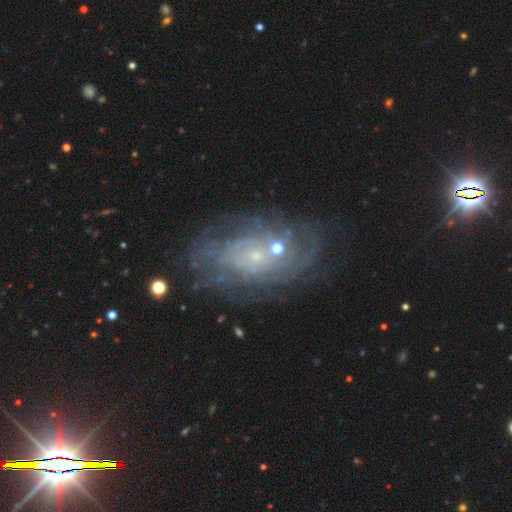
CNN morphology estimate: Smooth or featured: featured or disk — 77% (smooth — 12%)
Edge-on disk: no — 96% (yes — 4%)
Bar: no — 78% (weak — 18%)
Spiral arms: yes — 83% (no — 17%)
Spiral winding: tight — 64% (medium — 25%)
Spiral arm count: can't tell — 51% (2 — 11%)
Bulge size: small — 80% (moderate — 11%)
Merging: none — 64% (minor disturbance — 17%)